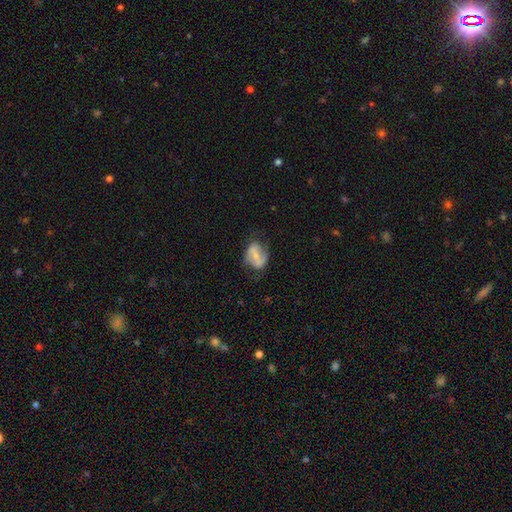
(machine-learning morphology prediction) A featured or disk galaxy (58%) with a strong bar (43%), spiral arms (71%) and a small central bulge (50%). Merging: none (56%).